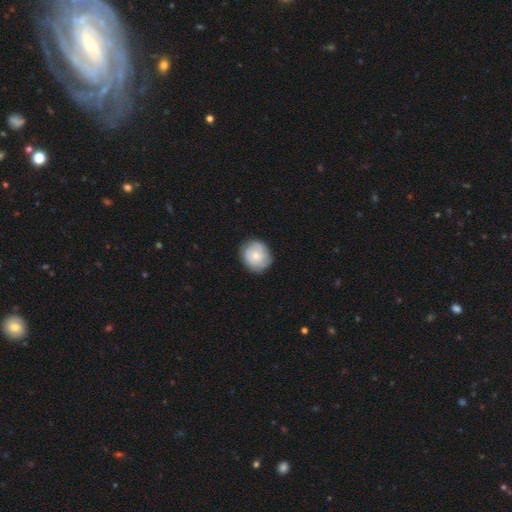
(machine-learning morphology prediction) A smooth galaxy with no disk features (52%) that is round (81%). Merging: none (80%).